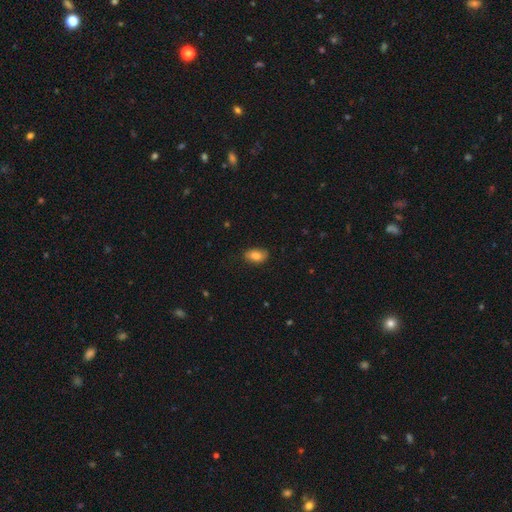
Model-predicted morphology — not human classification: smooth-or-featured: smooth: 84% | featured or disk: 9% | star or artifact: 7%
  how-rounded: in between: 91% | round: 7% | cigar-shaped: 2%
  merging: none: 81% | minor disturbance: 16% | major disturbance: 3% | merger: 1%